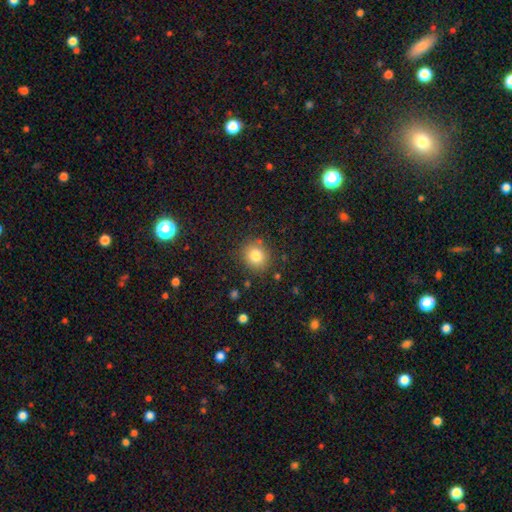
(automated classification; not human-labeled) Smooth or featured? smooth (81%)
How rounded? round (82%)
Merging? none (85%)